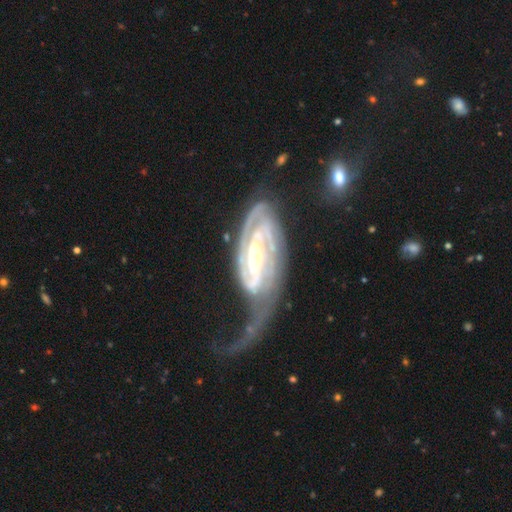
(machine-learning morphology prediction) smooth-or-featured: featured or disk: 91% | smooth: 5% | star or artifact: 5%
  disk-edge-on: no: 95% | yes: 5%
    bar: strong: 38% | weak: 35% | no: 27%
    has-spiral-arms: yes: 97% | no: 3%
      spiral-winding: tight: 61% | medium: 29% | loose: 10%
      spiral-arm-count: 2: 47% | can't tell: 16% | 3: 14% | 1: 12% | 4: 6% | more than 4: 5%
    bulge-size: moderate: 53% | small: 42% | large: 3% | none: 1% | dominant: 1%
  merging: major disturbance: 47% | none: 27% | minor disturbance: 21% | merger: 5%